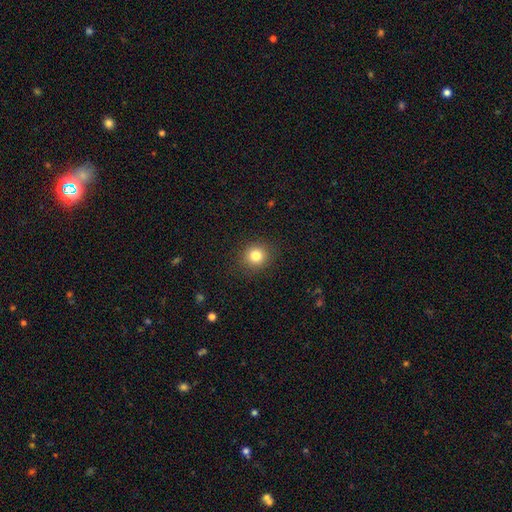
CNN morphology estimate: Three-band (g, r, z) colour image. It shows a smooth galaxy with no disk features (82%) that is round (87%). Merging: none (90%).